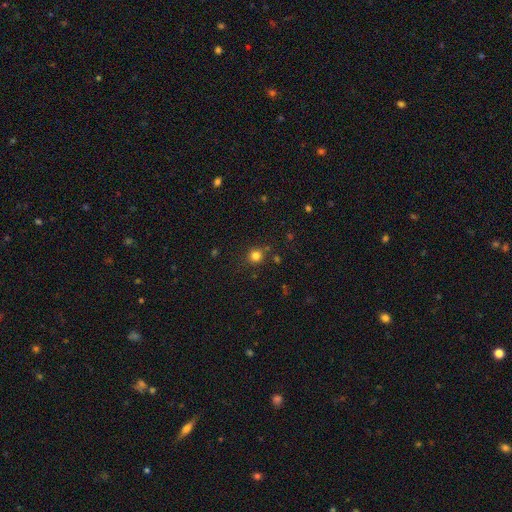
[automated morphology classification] Smooth or featured? Predicted: smooth (p=0.80). How rounded? Predicted: round (p=0.91). Merging? Predicted: none (p=0.84).